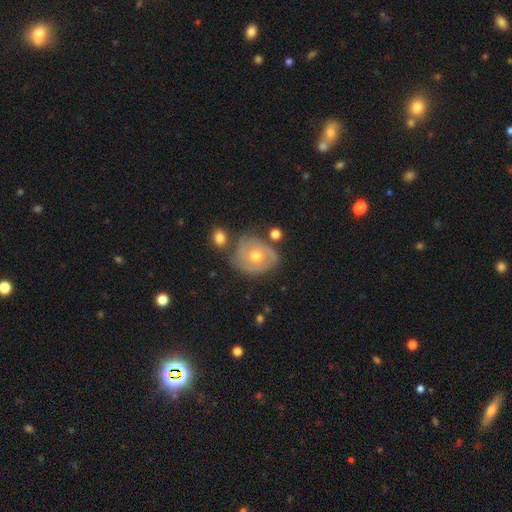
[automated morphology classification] A featured or disk galaxy (69%) with no bar (80%), 2 (41%) tight (58%) spiral arms (83%) and a moderate central bulge (69%). Merging: none (63%).